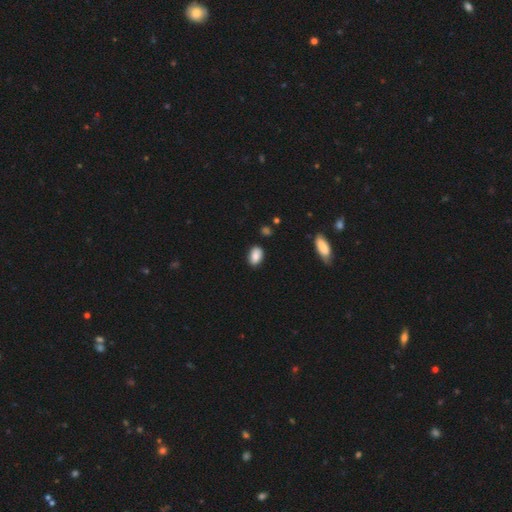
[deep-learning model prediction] This is clearly a smooth galaxy (86%). How rounded: clearly in between (90%). Merging: clearly none (83%).